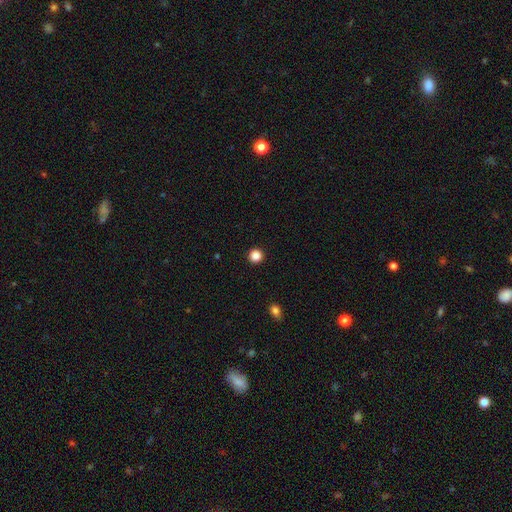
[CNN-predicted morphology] A smooth galaxy with no disk features (87%) that is round (96%).

Vote fractions:
- Smooth or featured? smooth: 87% / star or artifact: 11% / featured or disk: 2%
- How rounded? round: 96% / in between: 3% / cigar-shaped: 1%
- Merging? none: 94% / minor disturbance: 4% / major disturbance: 1% / merger: 1%